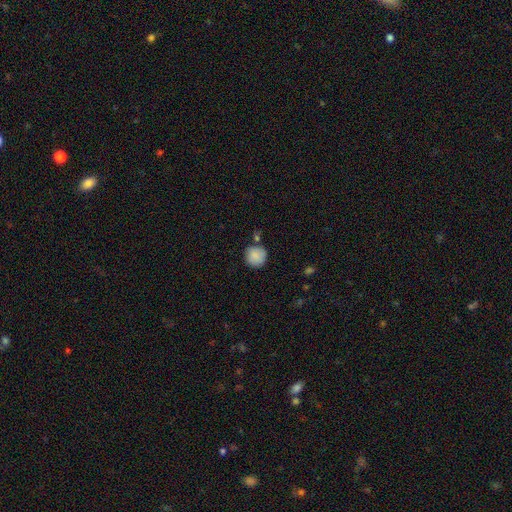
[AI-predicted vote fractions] Morphology: type=smooth (88%); roundness=round (93%); merging=none (77%).